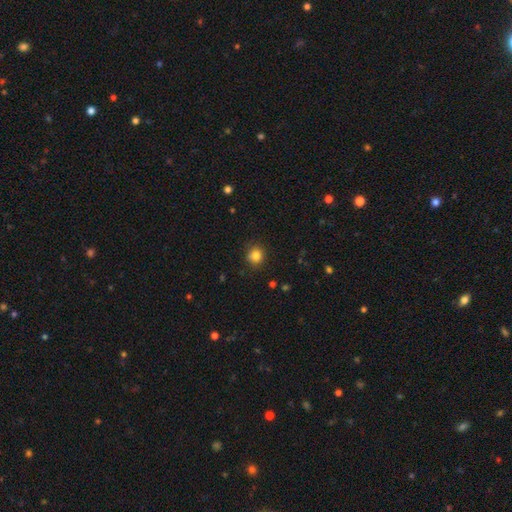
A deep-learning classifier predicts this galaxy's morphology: Overall: smooth (83%). How rounded: round (89%). Merging: none (86%).